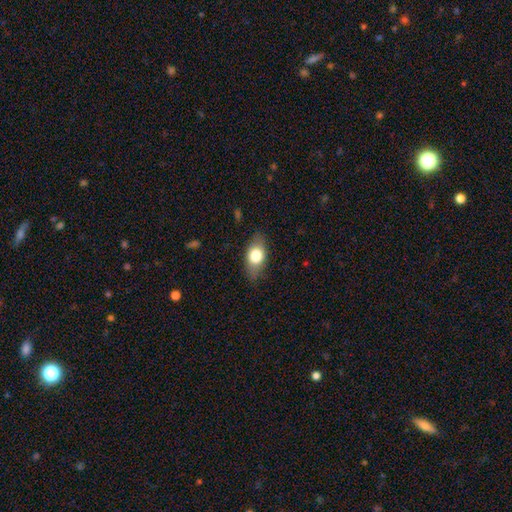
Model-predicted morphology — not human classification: smooth-or-featured: smooth: 73% | featured or disk: 20% | star or artifact: 7%
  how-rounded: in between: 84% | round: 11% | cigar-shaped: 6%
  merging: none: 81% | minor disturbance: 14% | major disturbance: 4% | merger: 1%